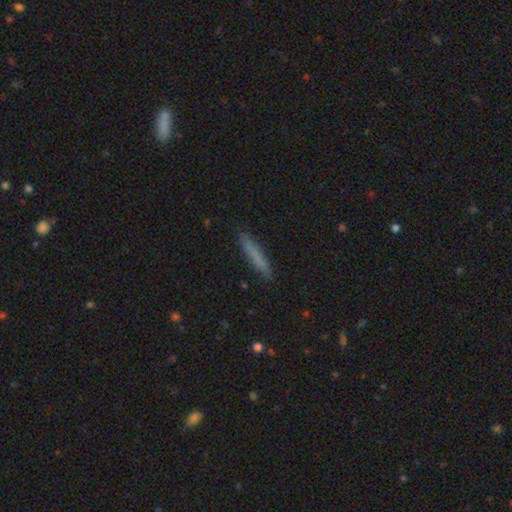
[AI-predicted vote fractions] smooth-or-featured: smooth: 73% | featured or disk: 21% | star or artifact: 7%
  how-rounded: cigar-shaped: 95% | in between: 4% | round: 1%
  merging: none: 89% | minor disturbance: 8% | major disturbance: 2% | merger: 1%